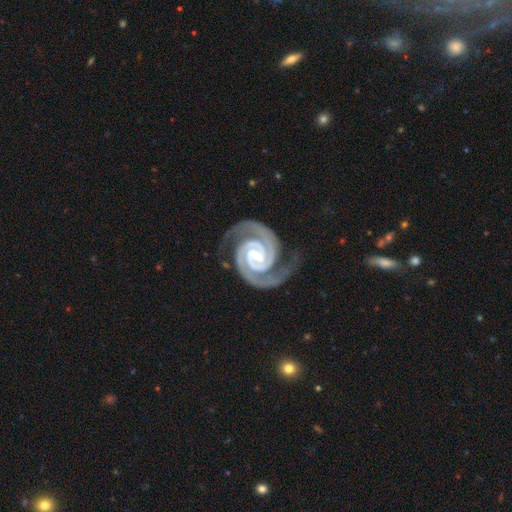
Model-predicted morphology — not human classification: A featured or disk galaxy (95%) with a weak bar (42%), 2 (92%) tight (73%) spiral arms (99%) and a small central bulge (57%).

Vote fractions:
- Smooth or featured? featured or disk: 95% / star or artifact: 3% / smooth: 2%
- Edge-on disk? no: 98% / yes: 2%
- Bar? weak: 42% / strong: 31% / no: 26%
- Spiral arms? yes: 99% / no: 1%
- Spiral winding? tight: 73% / medium: 25% / loose: 2%
- Spiral arm count? 2: 92% / 3: 3% / can't tell: 1% / 4: 1% / 1: 1% / more than 4: 1%
- Bulge size? small: 57% / moderate: 39% / none: 2% / large: 1% / dominant: 1%
- Merging? none: 78% / minor disturbance: 15% / major disturbance: 5% / merger: 2%